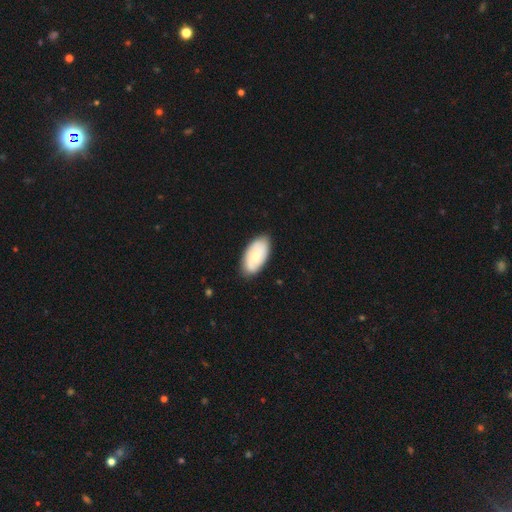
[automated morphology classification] Q: Smooth or featured?
A: smooth (57%); runner-up: featured or disk (37%)
Q: How rounded?
A: in between (94%); runner-up: round (3%)
Q: Merging?
A: none (81%); runner-up: minor disturbance (15%)